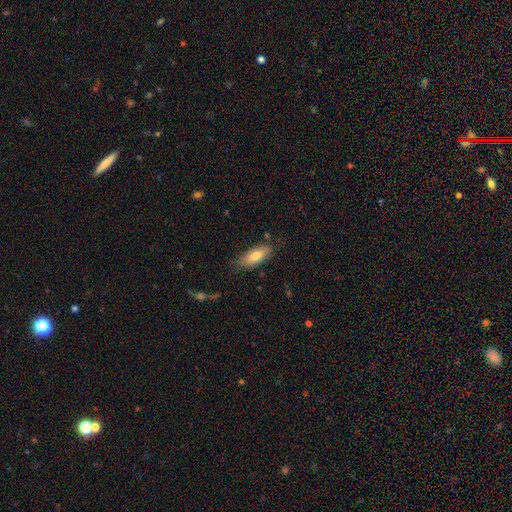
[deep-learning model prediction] Smooth or featured: smooth — 74% (featured or disk — 19%)
How rounded: in between — 71% (cigar-shaped — 27%)
Merging: none — 79% (minor disturbance — 16%)